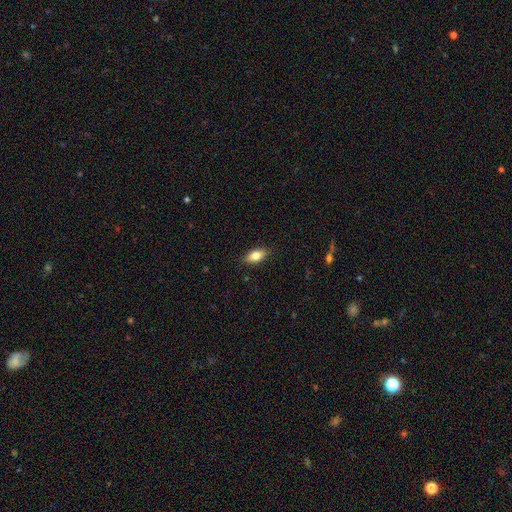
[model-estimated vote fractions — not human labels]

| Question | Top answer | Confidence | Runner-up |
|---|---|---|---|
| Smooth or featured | smooth | 75% | featured or disk (17%) |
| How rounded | in between | 85% | cigar-shaped (11%) |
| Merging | none | 86% | minor disturbance (10%) |